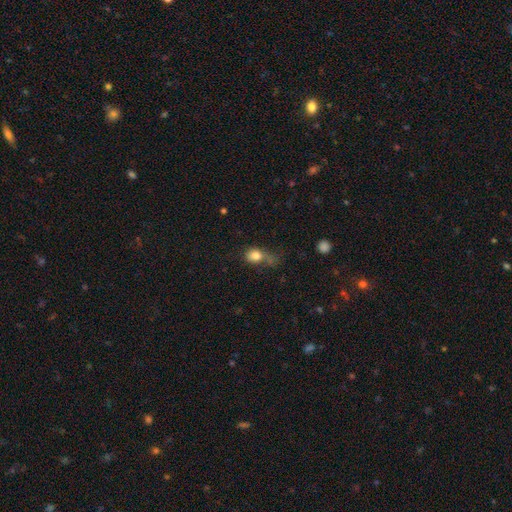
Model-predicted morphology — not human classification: Smooth or featured? smooth (80%)
How rounded? round (50%)
Merging? none (32%)